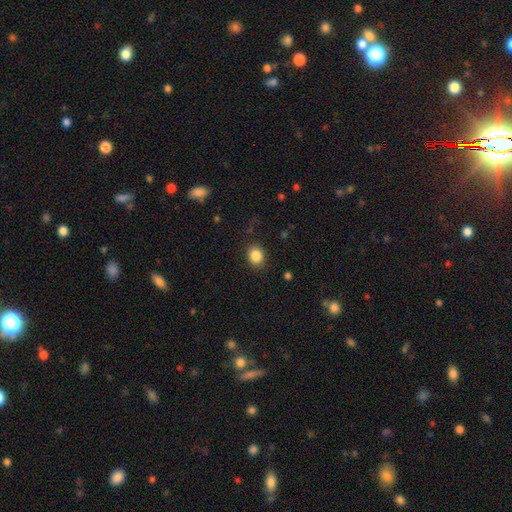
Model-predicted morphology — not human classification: Overall: smooth (86%). How rounded: round (64%; in between 35%). Merging: none (87%).